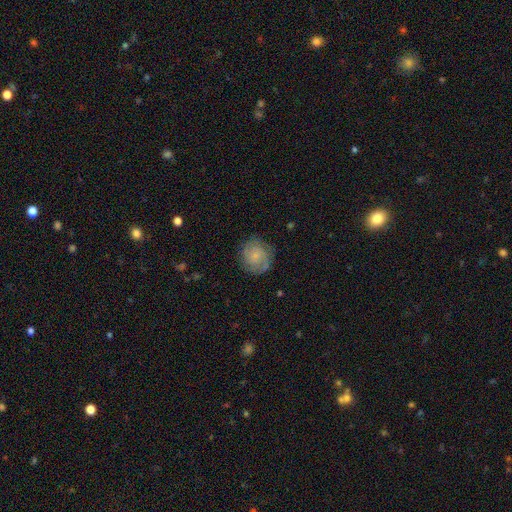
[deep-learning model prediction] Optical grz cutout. It shows a featured or disk galaxy (50%). Merging: none (75%).